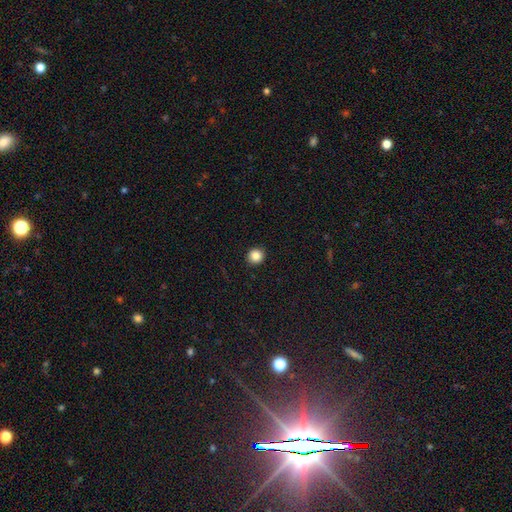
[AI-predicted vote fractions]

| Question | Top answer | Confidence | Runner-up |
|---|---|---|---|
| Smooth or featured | smooth | 86% | star or artifact (10%) |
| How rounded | round | 92% | in between (7%) |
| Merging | none | 93% | minor disturbance (5%) |